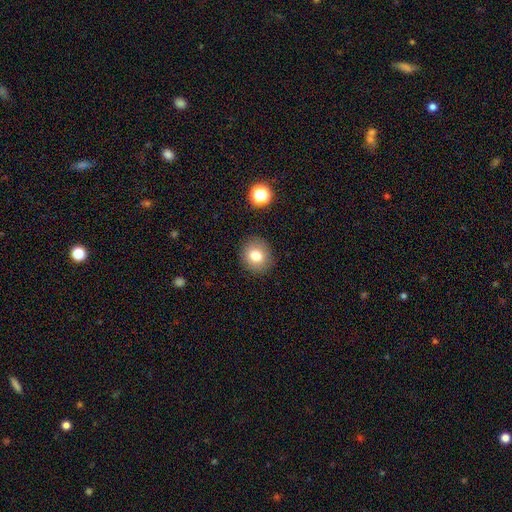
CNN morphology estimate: The model was most divided on "how rounded": round: 82%, in between: 17%, cigar-shaped: 1%. More confident: merging — none (88%); smooth or featured — smooth (78%).